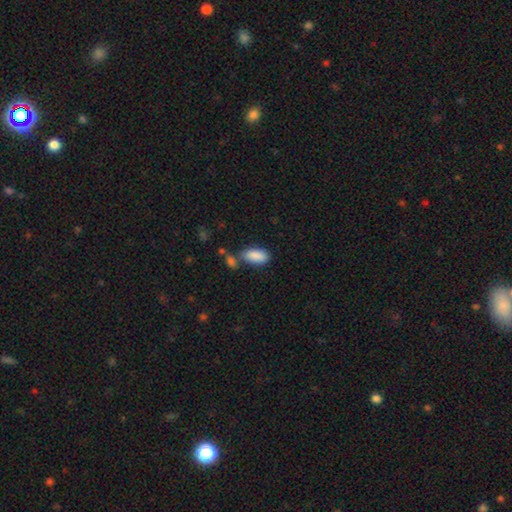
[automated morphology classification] A smooth galaxy with no disk features (88%) that is in between round and cigar-shaped (91%). Merging: none (59%).